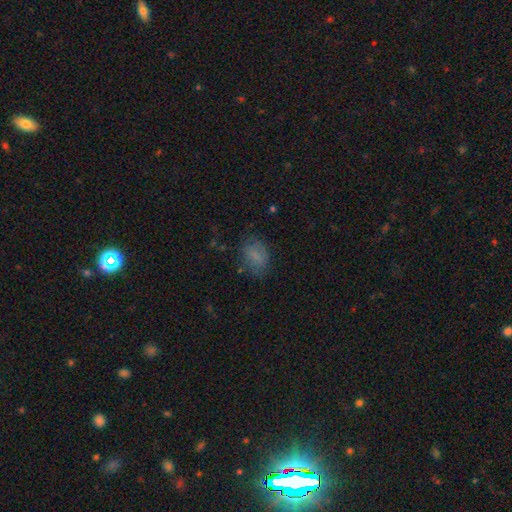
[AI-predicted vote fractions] smooth_or_featured: smooth (p=0.76) [alt: featured or disk p=0.13]
how_rounded: in between (p=0.76) [alt: round p=0.23]
merging: none (p=0.71) [alt: minor disturbance p=0.20]